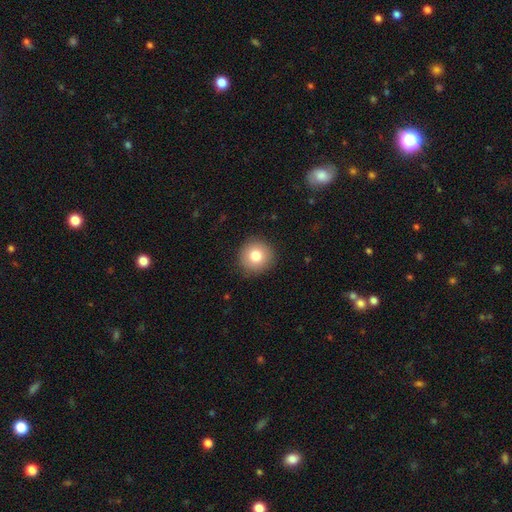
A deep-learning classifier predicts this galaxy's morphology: type=smooth (80%); roundness=round (94%); merging=none (90%).